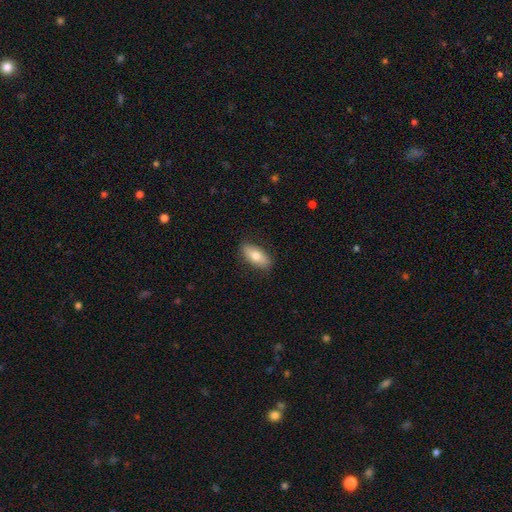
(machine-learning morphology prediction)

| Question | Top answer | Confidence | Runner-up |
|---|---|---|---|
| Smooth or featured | smooth | 73% | featured or disk (21%) |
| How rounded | in between | 81% | cigar-shaped (16%) |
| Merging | none | 85% | minor disturbance (11%) |